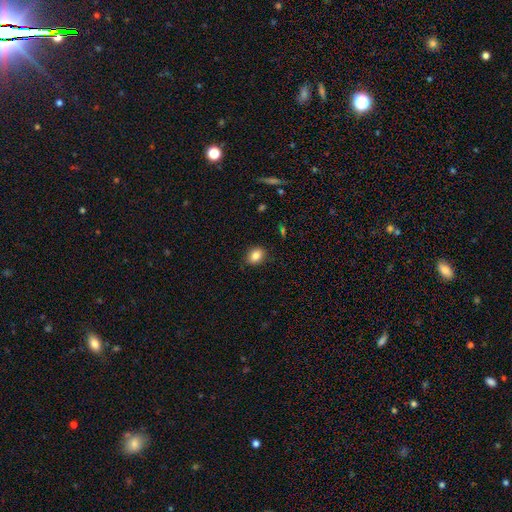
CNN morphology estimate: type=smooth (85%); roundness=in between (60%); merging=none (87%).